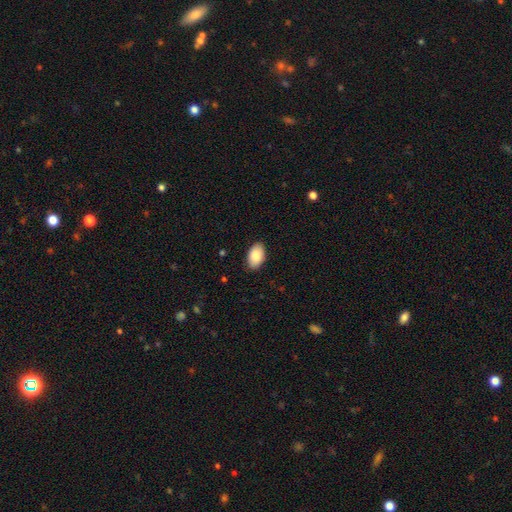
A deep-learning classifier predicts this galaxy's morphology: Q: Smooth or featured?
A: smooth (88%); runner-up: star or artifact (6%)
Q: How rounded?
A: in between (94%); runner-up: round (5%)
Q: Merging?
A: none (87%); runner-up: minor disturbance (10%)